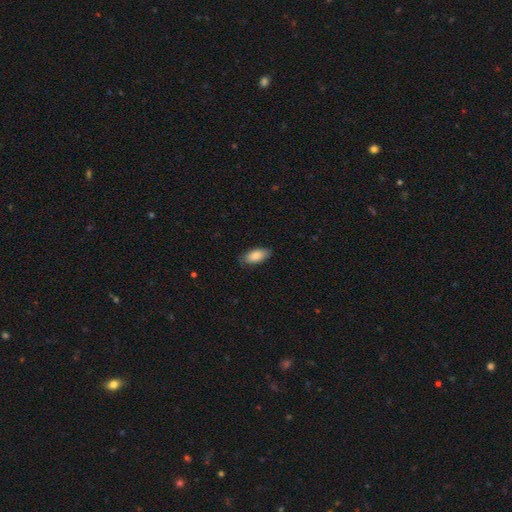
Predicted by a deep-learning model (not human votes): The model was most divided on "merging": none: 83%, minor disturbance: 14%, major disturbance: 3%, merger: 1%. More confident: how rounded — in between (89%); smooth or featured — smooth (87%).